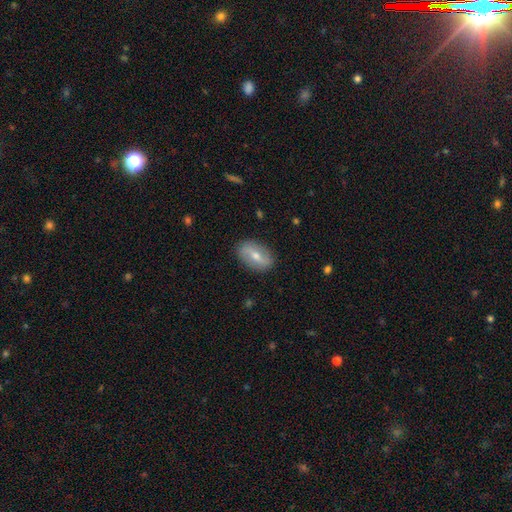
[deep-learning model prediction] The model was most divided on "smooth or featured": featured or disk: 48%, smooth: 44%, star or artifact: 7%. More confident: merging — none (87%).